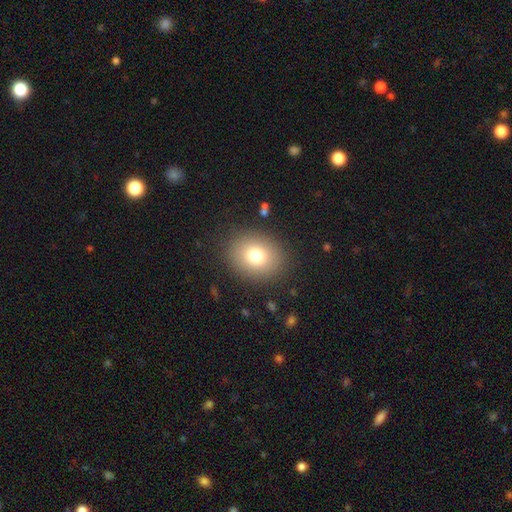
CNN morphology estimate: Smooth or featured: smooth — 77% (star or artifact — 11%)
How rounded: round — 60% (in between — 39%)
Merging: none — 87% (minor disturbance — 8%)